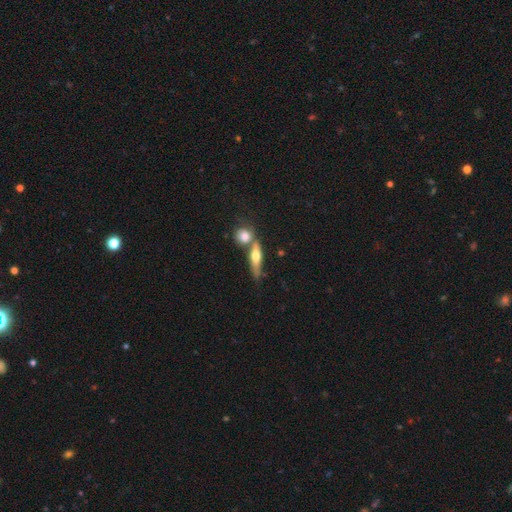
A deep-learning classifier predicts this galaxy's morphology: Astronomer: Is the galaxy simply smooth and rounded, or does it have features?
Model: smooth — 49% (runner-up: featured or disk, 44%).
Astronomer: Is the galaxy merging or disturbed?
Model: none — 47% (runner-up: merger, 36%).